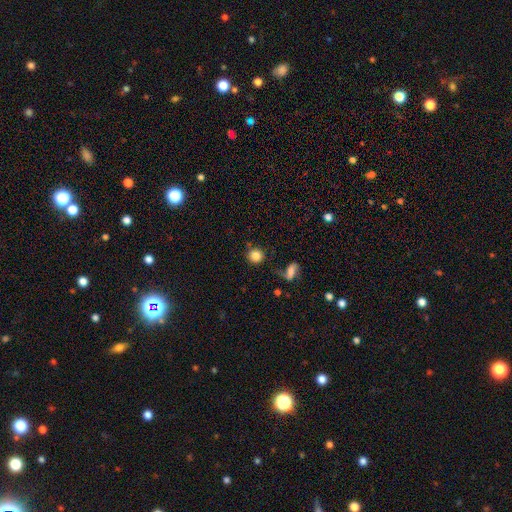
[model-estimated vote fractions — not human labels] Q: Smooth or featured?
A: smooth (82%); runner-up: star or artifact (9%)
Q: How rounded?
A: round (91%); runner-up: in between (8%)
Q: Merging?
A: none (76%); runner-up: minor disturbance (12%)